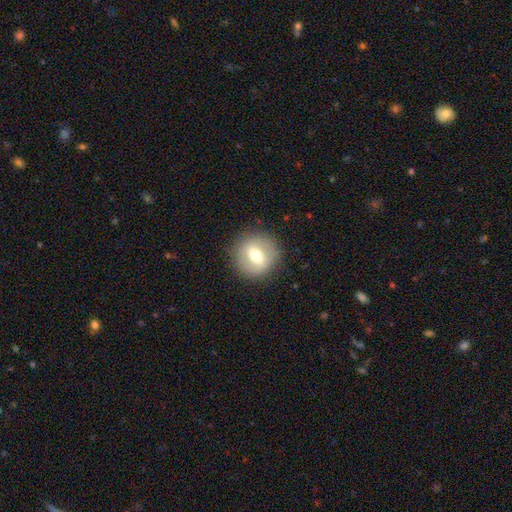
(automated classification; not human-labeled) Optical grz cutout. It shows a smooth galaxy with no disk features (52%) that is round (88%). Merging: none (86%).